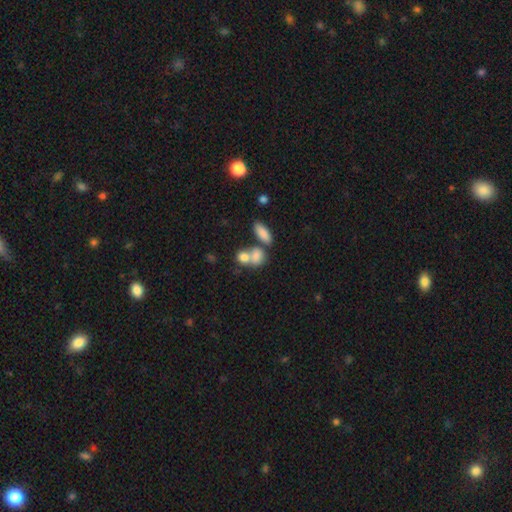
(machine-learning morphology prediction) Q: Smooth or featured?
A: smooth (77%); runner-up: featured or disk (13%)
Q: How rounded?
A: in between (62%); runner-up: round (34%)
Q: Merging?
A: merger (52%); runner-up: none (33%)